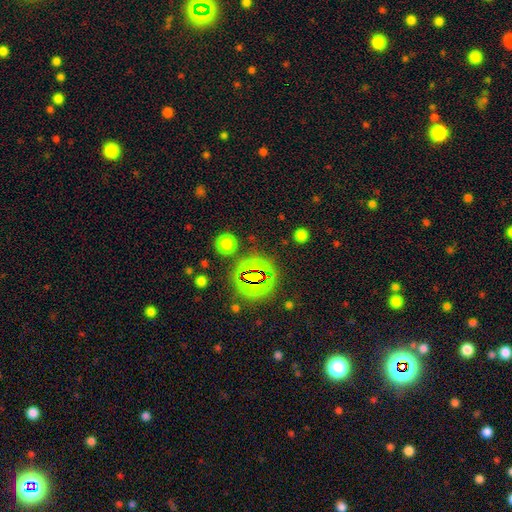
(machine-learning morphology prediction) Overall: star or artifact (71%).